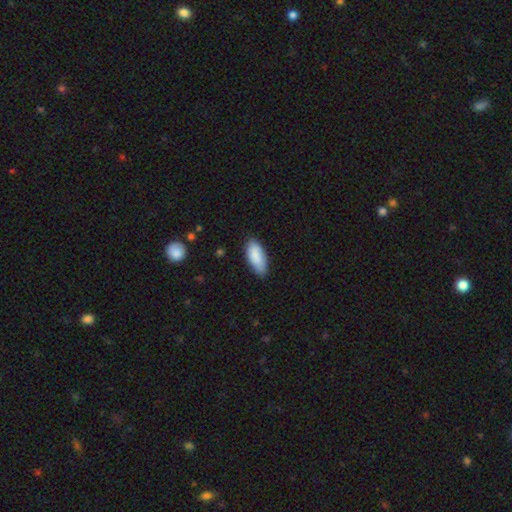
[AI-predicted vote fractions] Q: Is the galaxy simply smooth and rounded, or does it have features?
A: smooth — 87%.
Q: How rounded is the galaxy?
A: in between — 87%.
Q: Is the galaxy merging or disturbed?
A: none — 81%.